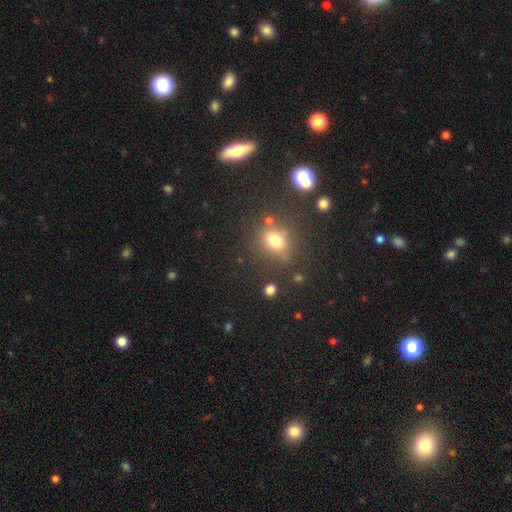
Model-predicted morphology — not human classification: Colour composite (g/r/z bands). It shows a smooth galaxy with no disk features (52%) that is round (83%). Merging: none (83%).